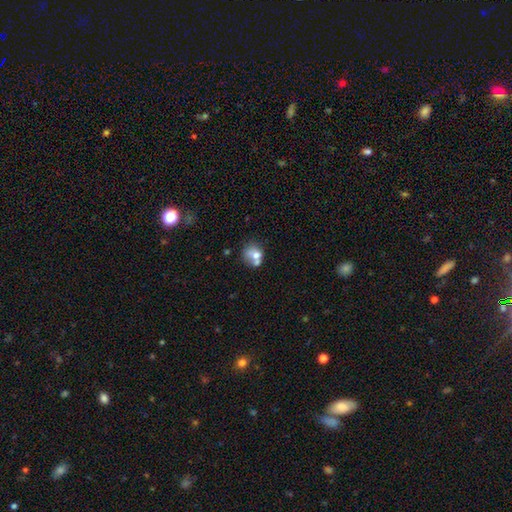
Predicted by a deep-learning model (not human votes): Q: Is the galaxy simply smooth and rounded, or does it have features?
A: smooth — 66%.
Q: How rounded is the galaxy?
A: round — 70%.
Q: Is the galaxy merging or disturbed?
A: none — 40%.